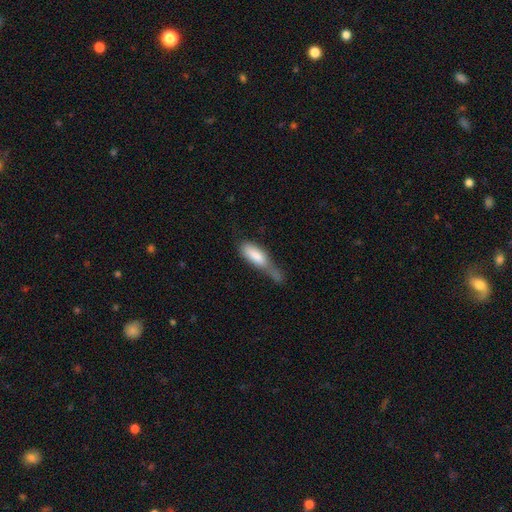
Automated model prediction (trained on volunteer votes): Overall: smooth (78%). How rounded: in between (60%; cigar-shaped 38%). Merging: major disturbance (34%; minor disturbance 31%).